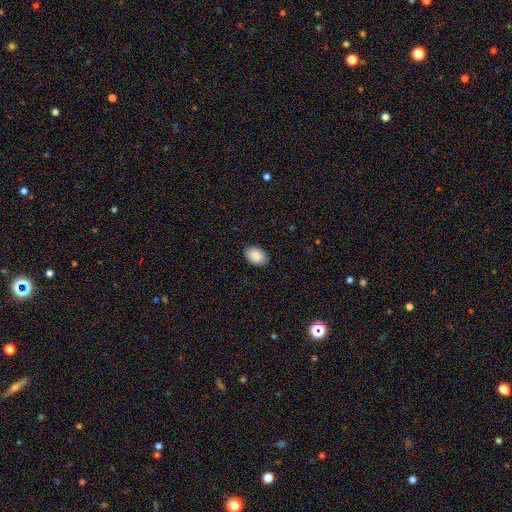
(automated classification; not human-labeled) Q: Smooth or featured?
A: smooth (87%); runner-up: star or artifact (7%)
Q: How rounded?
A: in between (88%); runner-up: round (11%)
Q: Merging?
A: none (88%); runner-up: minor disturbance (9%)